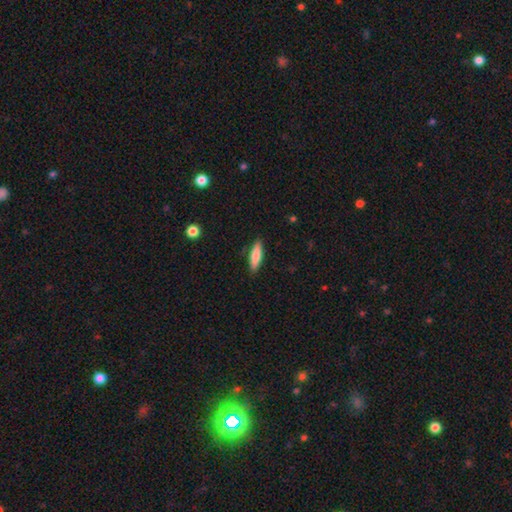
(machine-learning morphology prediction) Smooth or featured: smooth — 80% (featured or disk — 14%)
How rounded: cigar-shaped — 65% (in between — 33%)
Merging: none — 87% (minor disturbance — 10%)